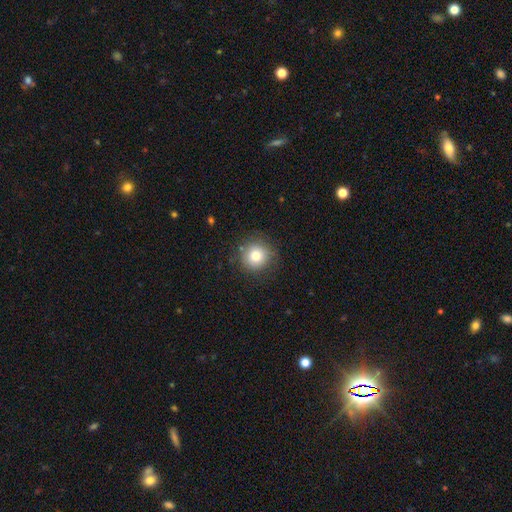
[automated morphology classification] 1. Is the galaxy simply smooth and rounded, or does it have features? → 81% smooth, 10% star or artifact, 9% featured or disk.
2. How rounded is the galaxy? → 91% round, 8% in between, 1% cigar-shaped.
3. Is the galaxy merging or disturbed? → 83% none, 12% minor disturbance, 4% major disturbance, 1% merger.